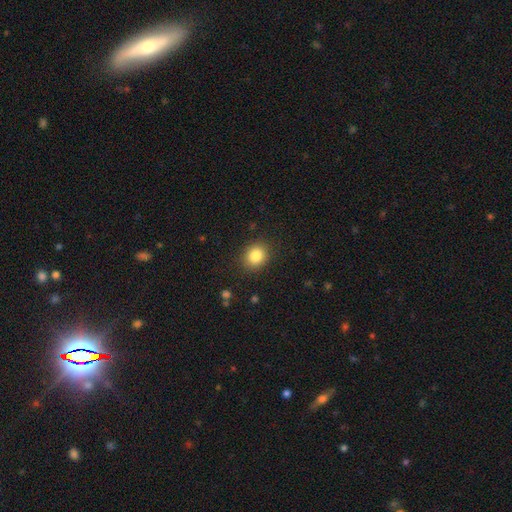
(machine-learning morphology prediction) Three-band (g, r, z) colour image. It shows a smooth galaxy with no disk features (85%) that is round (68%). Merging: none (88%).